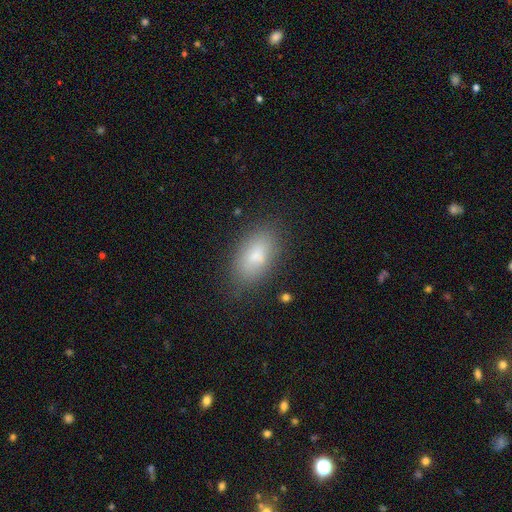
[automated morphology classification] A smooth galaxy with no disk features (79%) that is in between round and cigar-shaped (91%).

Vote fractions:
- Smooth or featured? smooth: 79% / featured or disk: 13% / star or artifact: 8%
- How rounded? in between: 91% / round: 5% / cigar-shaped: 4%
- Merging? none: 78% / minor disturbance: 15% / major disturbance: 4% / merger: 2%